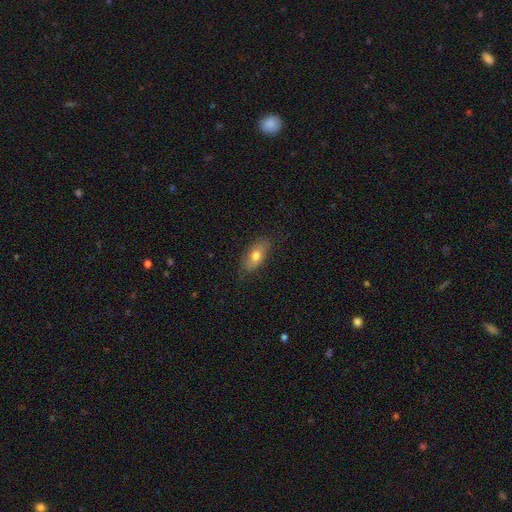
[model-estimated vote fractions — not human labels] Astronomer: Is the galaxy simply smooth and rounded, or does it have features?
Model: smooth — 69%.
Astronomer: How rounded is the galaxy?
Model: in between — 86%.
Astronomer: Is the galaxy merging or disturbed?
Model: none — 76%.